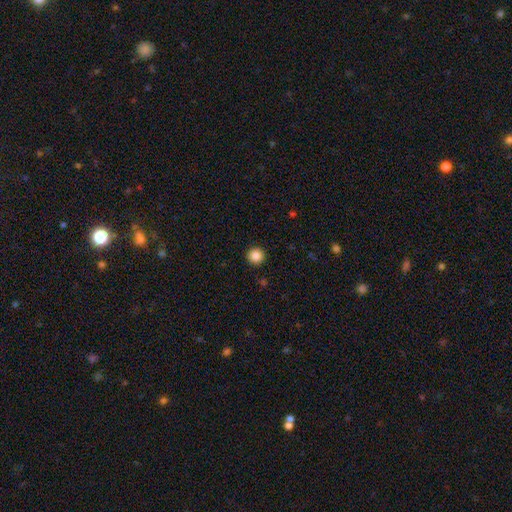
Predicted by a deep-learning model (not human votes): Smooth or featured? Predicted: smooth (p=0.86). How rounded? Predicted: round (p=0.95). Merging? Predicted: none (p=0.93).